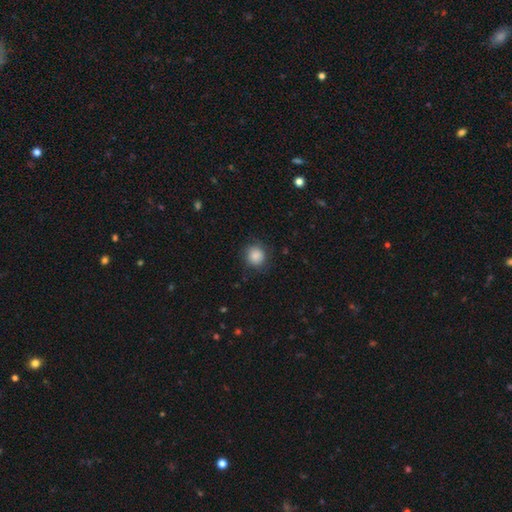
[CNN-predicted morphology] This appears to be a smooth galaxy with no disk features (86%) that is round (86%). Merging: none (80%).